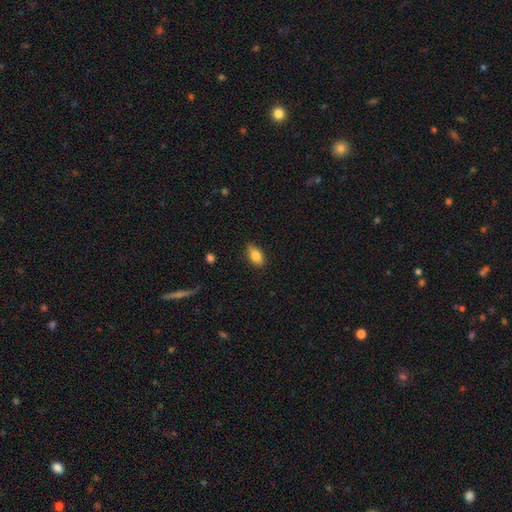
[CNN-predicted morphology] type=smooth (78%); roundness=in between (86%); merging=none (81%).